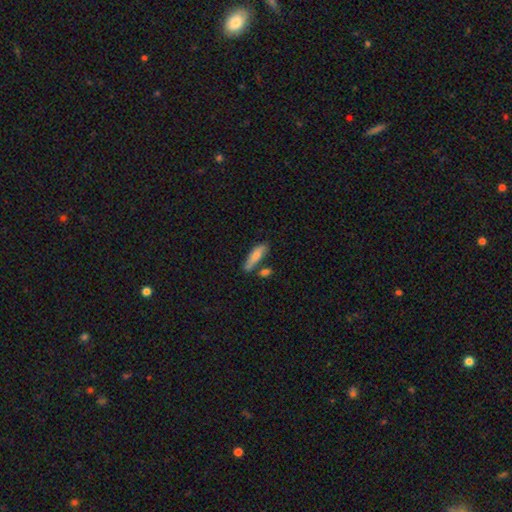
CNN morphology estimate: smooth_or_featured: smooth (p=0.74) [alt: featured or disk p=0.20]
how_rounded: cigar-shaped (p=0.61) [alt: in between p=0.36]
merging: none (p=0.59) [alt: minor disturbance p=0.20]